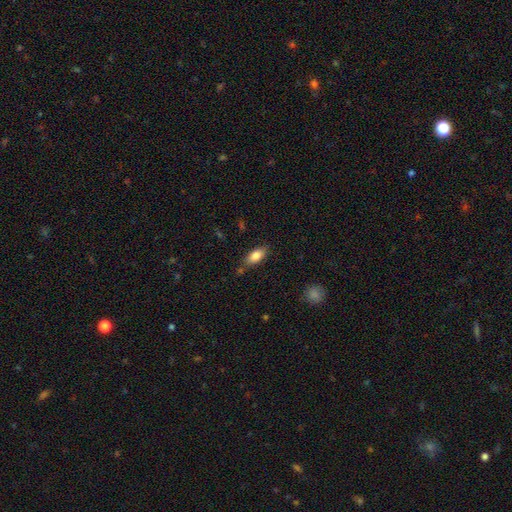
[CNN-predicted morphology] Overall: smooth (82%). How rounded: in between (87%). Merging: none (75%).